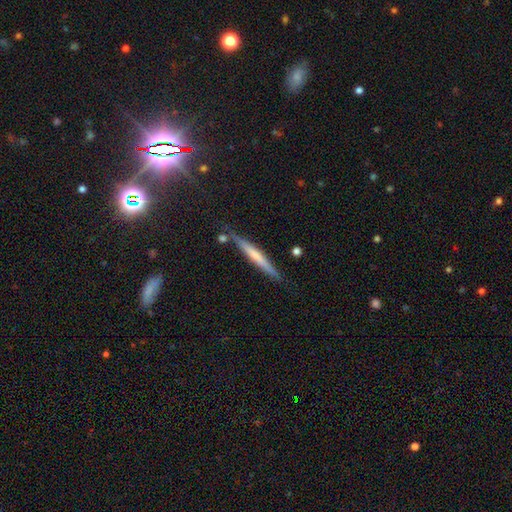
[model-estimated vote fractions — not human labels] smooth_or_featured: smooth (p=0.50) [alt: featured or disk p=0.43]
merging: none (p=0.82) [alt: minor disturbance p=0.12]